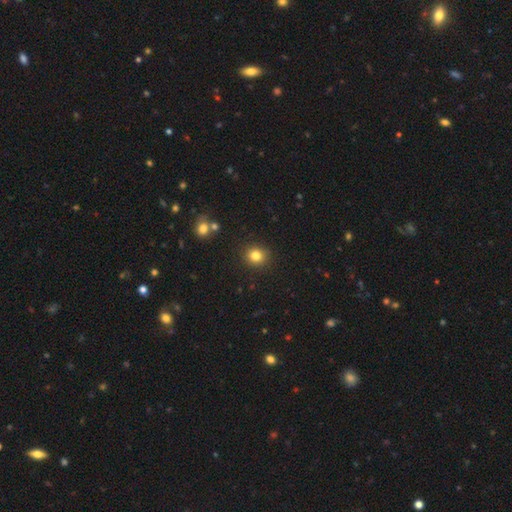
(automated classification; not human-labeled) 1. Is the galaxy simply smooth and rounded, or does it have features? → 82% smooth, 12% star or artifact, 6% featured or disk.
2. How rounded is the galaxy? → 85% round, 14% in between, 1% cigar-shaped.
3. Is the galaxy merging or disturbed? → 89% none, 7% minor disturbance, 2% major disturbance, 2% merger.